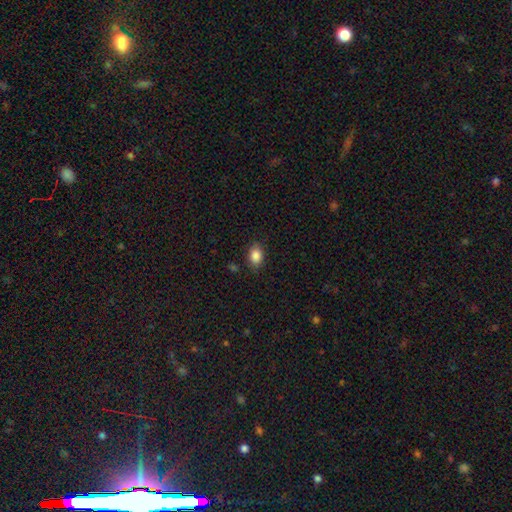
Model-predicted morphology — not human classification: This appears to be a smooth galaxy with no disk features (86%) that is in between round and cigar-shaped (78%). Merging: none (85%).